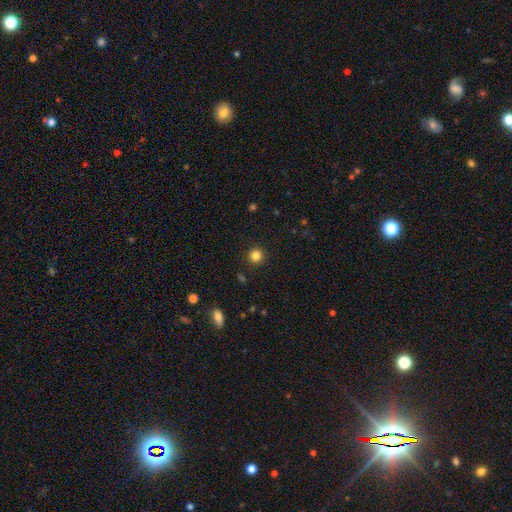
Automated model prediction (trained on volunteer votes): Smooth or featured? Predicted: smooth (p=0.84). How rounded? Predicted: round (p=0.95). Merging? Predicted: none (p=0.92).